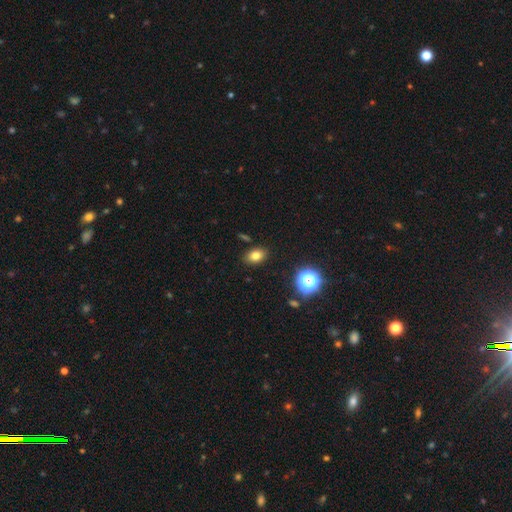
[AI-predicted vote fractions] Overall: smooth (78%). How rounded: in between (77%). Merging: none (87%).